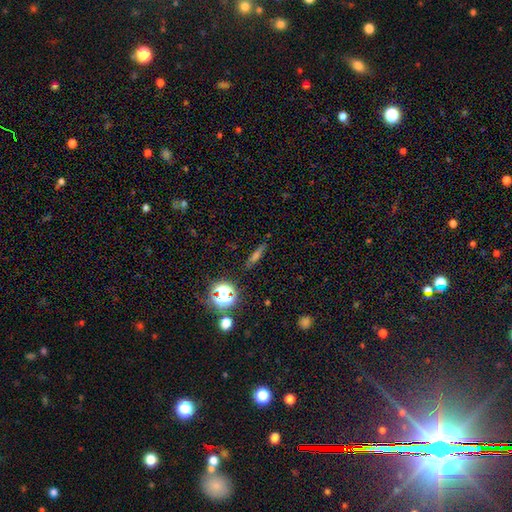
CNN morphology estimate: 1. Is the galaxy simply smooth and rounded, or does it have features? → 43% smooth, 31% featured or disk, 26% star or artifact.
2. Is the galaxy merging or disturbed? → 87% none, 9% minor disturbance, 2% major disturbance, 2% merger.